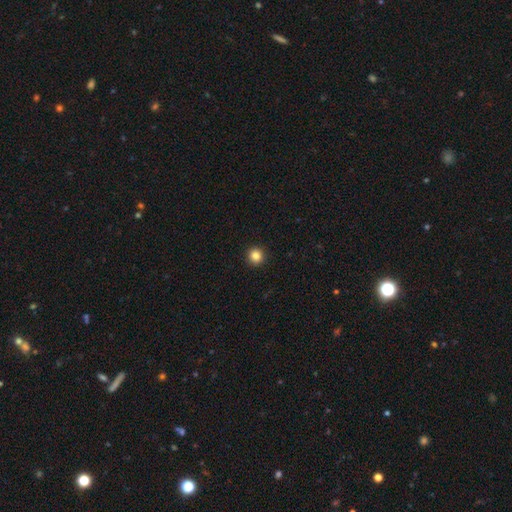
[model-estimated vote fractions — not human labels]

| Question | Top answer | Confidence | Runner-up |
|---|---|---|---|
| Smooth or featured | smooth | 84% | star or artifact (11%) |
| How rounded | round | 94% | in between (5%) |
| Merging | none | 93% | minor disturbance (4%) |